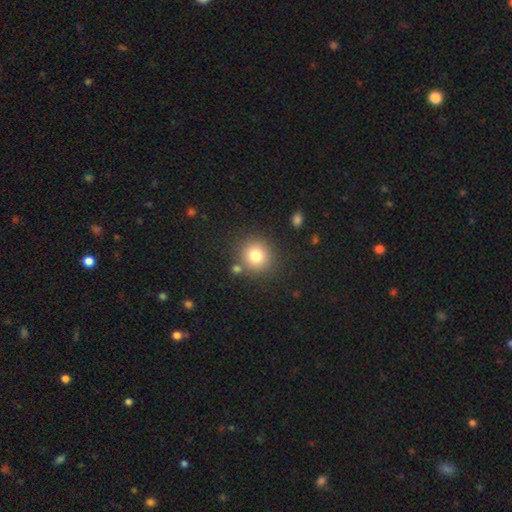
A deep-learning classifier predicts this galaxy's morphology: Smooth or featured?
  - smooth: 79% *
  - star or artifact: 12%
  - featured or disk: 9%
How rounded?
  - round: 89% *
  - in between: 11%
  - cigar-shaped: 1%
Merging?
  - none: 80% *
  - minor disturbance: 9%
  - merger: 8%
  - major disturbance: 3%